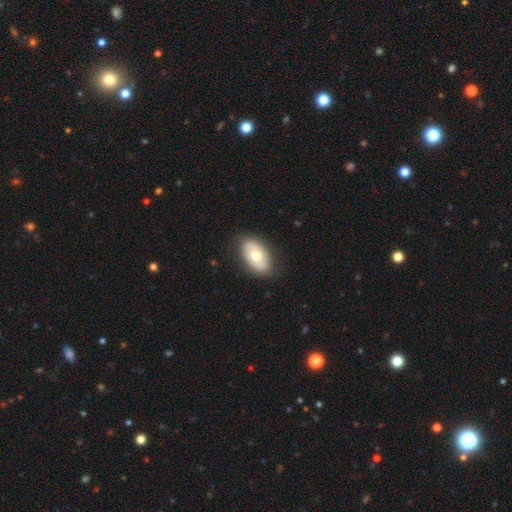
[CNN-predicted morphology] type=smooth (62%); roundness=in between (92%); merging=none (83%).